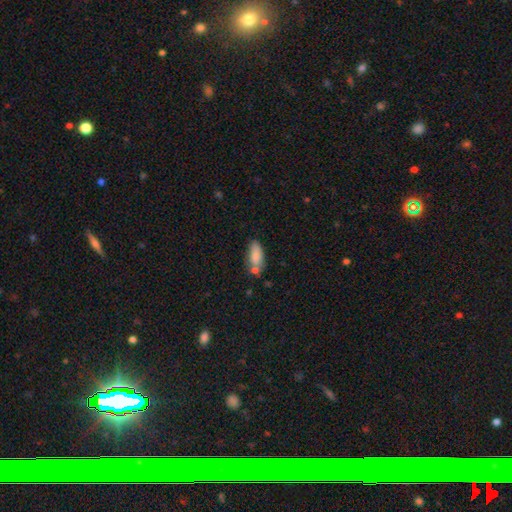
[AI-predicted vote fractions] This is clearly a smooth galaxy (81%). How rounded: clearly in between (82%). Merging: possibly none (48%).